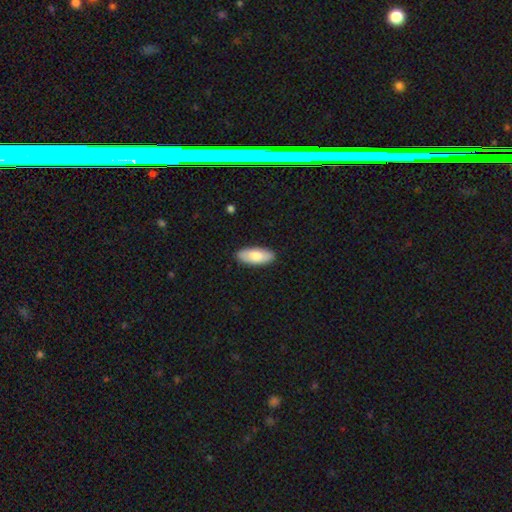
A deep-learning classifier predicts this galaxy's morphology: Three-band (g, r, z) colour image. It shows a smooth galaxy with no disk features (80%) that is in between round and cigar-shaped (84%). Merging: none (90%).